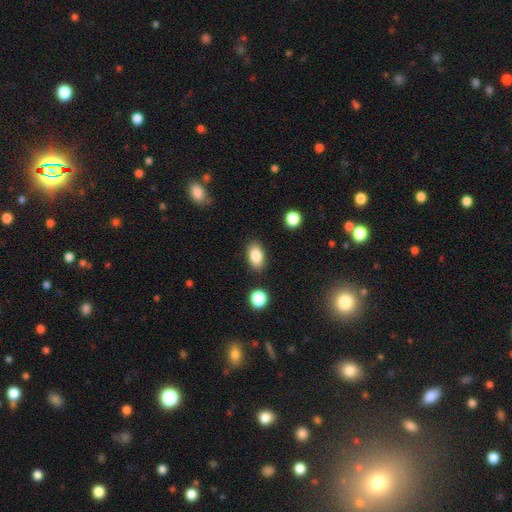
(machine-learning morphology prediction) A smooth galaxy with no disk features (85%) that is in between round and cigar-shaped (91%). Merging: none (86%).